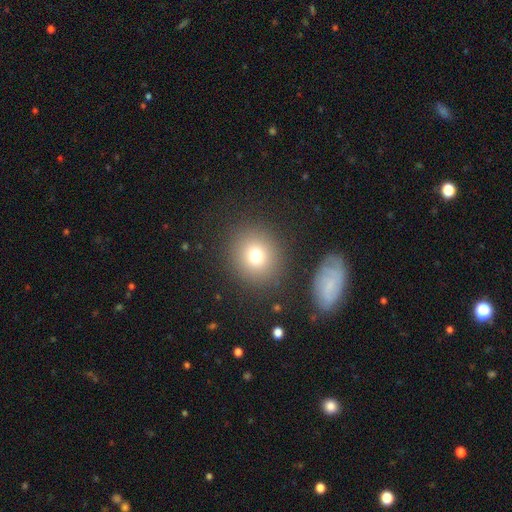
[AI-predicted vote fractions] Smooth or featured? smooth (74%)
How rounded? round (85%)
Merging? none (86%)